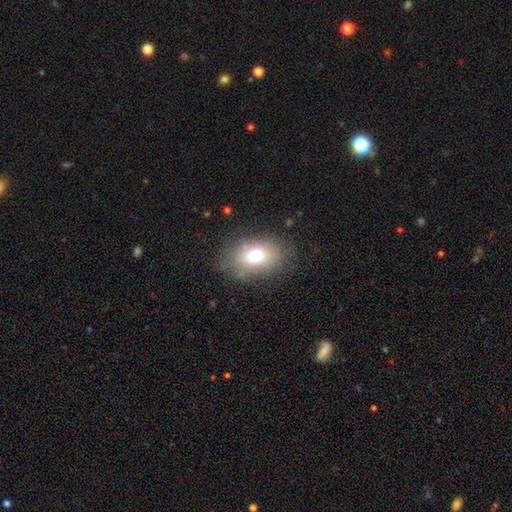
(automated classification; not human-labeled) Overall: smooth (73%). How rounded: in between (84%). Merging: none (75%).